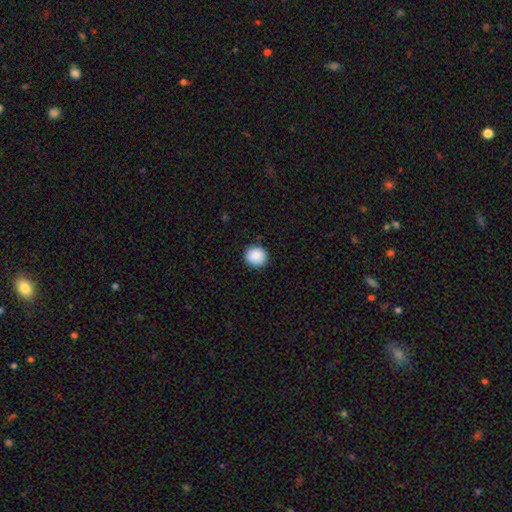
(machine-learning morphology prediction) smooth 90%, star or artifact 8%, featured or disk 3%. Down the decision tree: how rounded — round (90%); merging — none (89%).